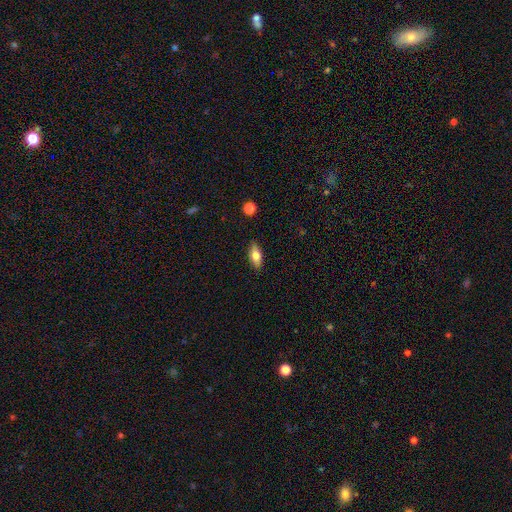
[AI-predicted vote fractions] Smooth or featured?
  - smooth: 73% *
  - featured or disk: 20%
  - star or artifact: 7%
How rounded?
  - in between: 81% *
  - cigar-shaped: 15%
  - round: 4%
Merging?
  - none: 85% *
  - minor disturbance: 11%
  - major disturbance: 2%
  - merger: 1%